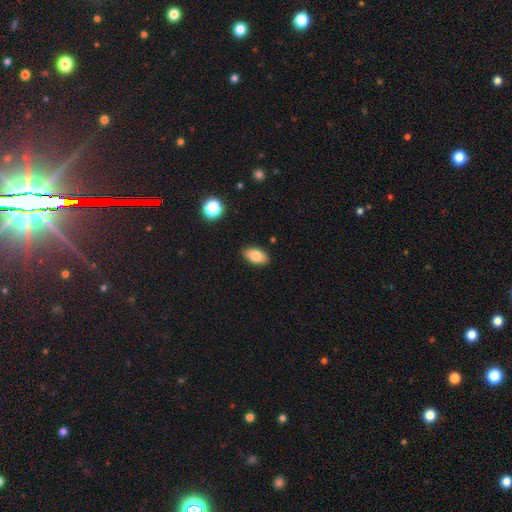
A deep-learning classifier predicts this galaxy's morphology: Q: Smooth or featured?
A: smooth (82%); runner-up: featured or disk (10%)
Q: How rounded?
A: in between (93%); runner-up: round (4%)
Q: Merging?
A: none (87%); runner-up: minor disturbance (9%)